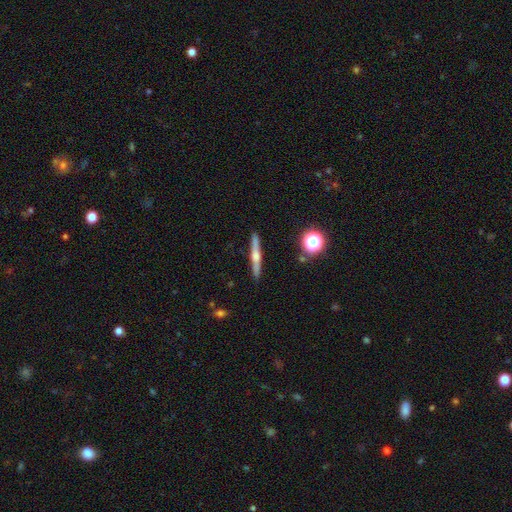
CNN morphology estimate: A featured or disk galaxy (69%) viewed edge-on (98%) with a rounded central bulge (86%).

Vote fractions:
- Smooth or featured? featured or disk: 69% / smooth: 24% / star or artifact: 7%
- Edge-on disk? yes: 98% / no: 2%
- Edge-on bulge? rounded: 86% / boxy: 8% / none: 6%
- Merging? none: 91% / minor disturbance: 6% / major disturbance: 1% / merger: 1%